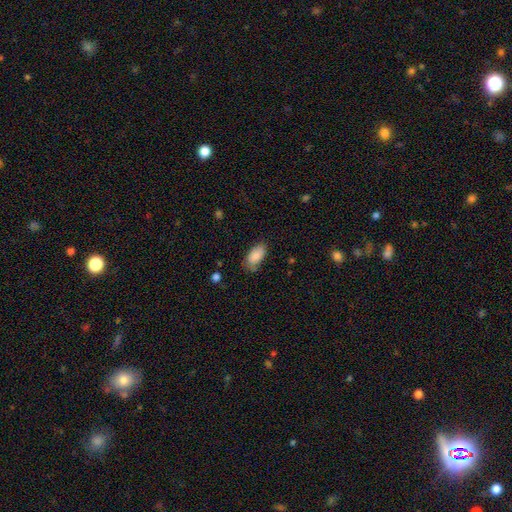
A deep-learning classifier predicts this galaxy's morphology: The model was most divided on "merging": none: 70%, minor disturbance: 23%, major disturbance: 5%, merger: 2%. More confident: how rounded — in between (94%); smooth or featured — smooth (86%).